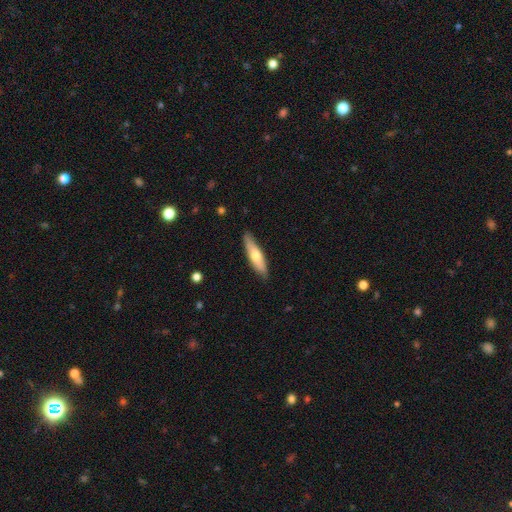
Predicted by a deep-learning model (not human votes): Smooth or featured: smooth — 59% (featured or disk — 35%)
How rounded: cigar-shaped — 74% (in between — 25%)
Merging: none — 86% (minor disturbance — 11%)